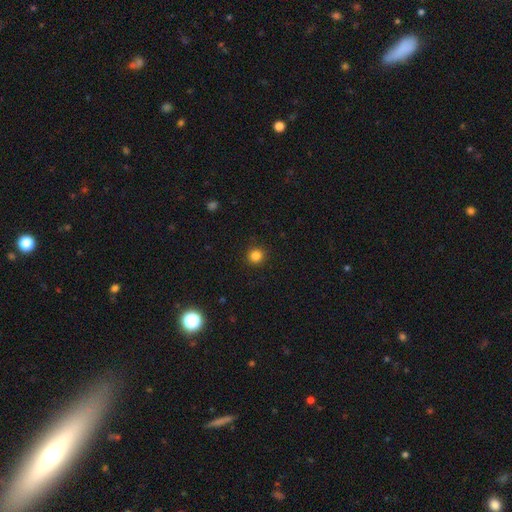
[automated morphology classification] A smooth galaxy with no disk features (84%) that is round (94%).

Vote fractions:
- Smooth or featured? smooth: 84% / star or artifact: 13% / featured or disk: 4%
- How rounded? round: 94% / in between: 6% / cigar-shaped: 1%
- Merging? none: 91% / minor disturbance: 6% / major disturbance: 2% / merger: 1%